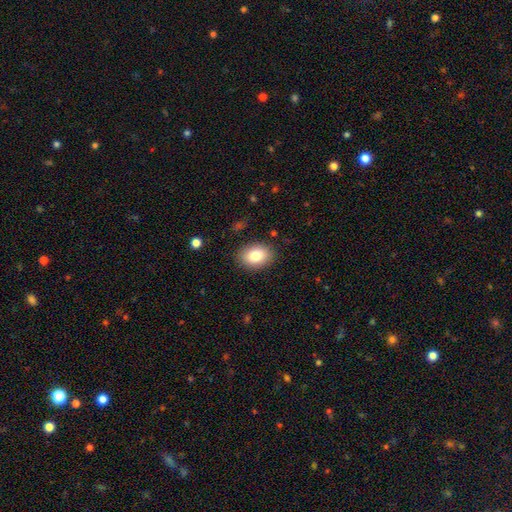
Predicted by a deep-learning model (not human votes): Overall: smooth (82%). How rounded: in between (75%). Merging: none (86%).